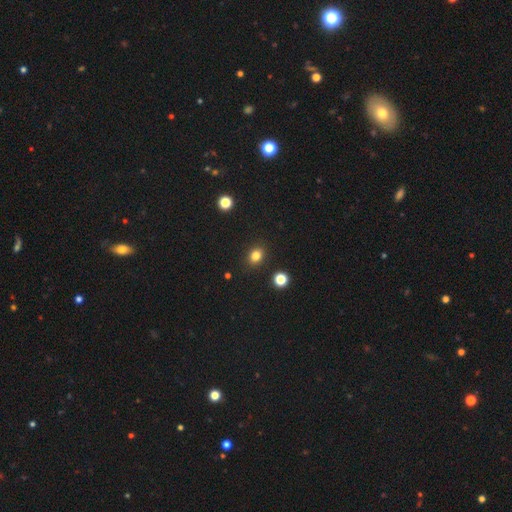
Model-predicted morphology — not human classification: Smooth or featured? smooth (82%)
How rounded? round (55%)
Merging? none (89%)